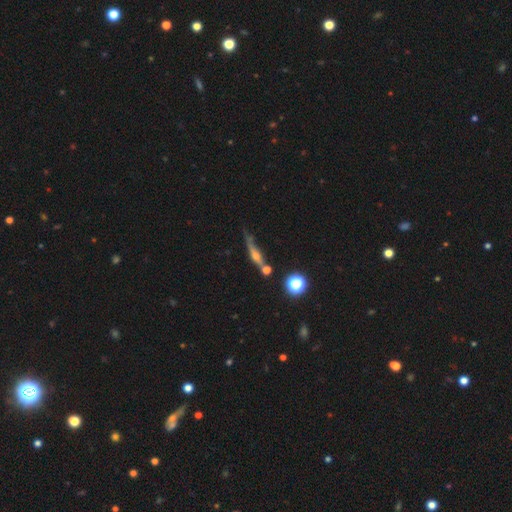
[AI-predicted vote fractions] featured or disk 62%, smooth 25%, star or artifact 13%. Down the decision tree: edge-on disk — yes (89%); edge-on bulge — rounded (86%); merging — none (57%).